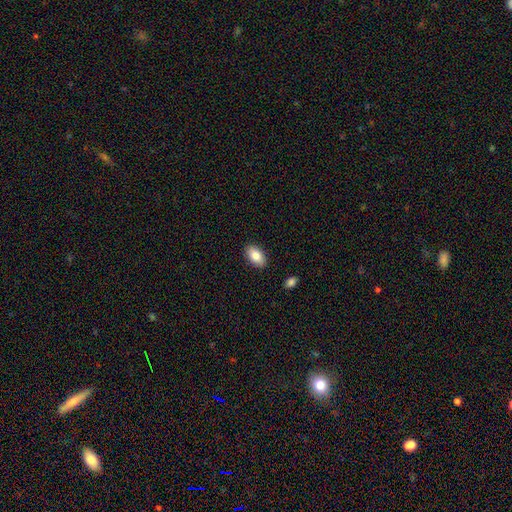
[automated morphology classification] smooth_or_featured: smooth (p=0.84) [alt: featured or disk p=0.10]
how_rounded: in between (p=0.94) [alt: round p=0.04]
merging: none (p=0.89) [alt: minor disturbance p=0.08]